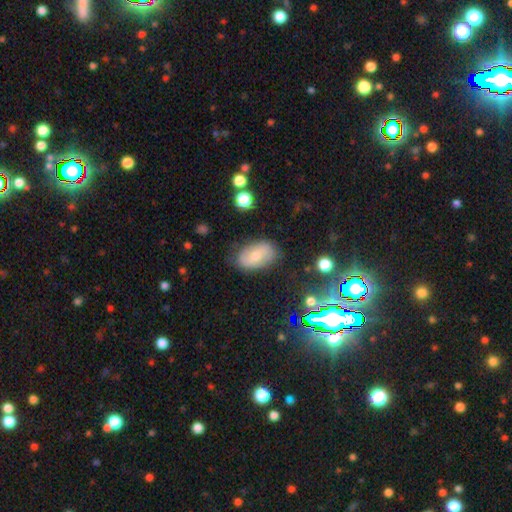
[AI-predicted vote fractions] smooth 60%, featured or disk 31%, star or artifact 9%. Down the decision tree: how rounded — in between (91%); merging — none (79%).